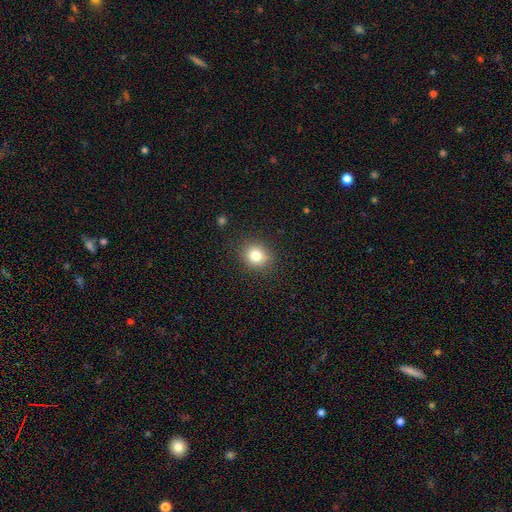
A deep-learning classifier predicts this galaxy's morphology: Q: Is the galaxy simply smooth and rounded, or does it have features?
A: smooth — 80%.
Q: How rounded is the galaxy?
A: round — 77%.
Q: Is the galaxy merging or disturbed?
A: none — 87%.